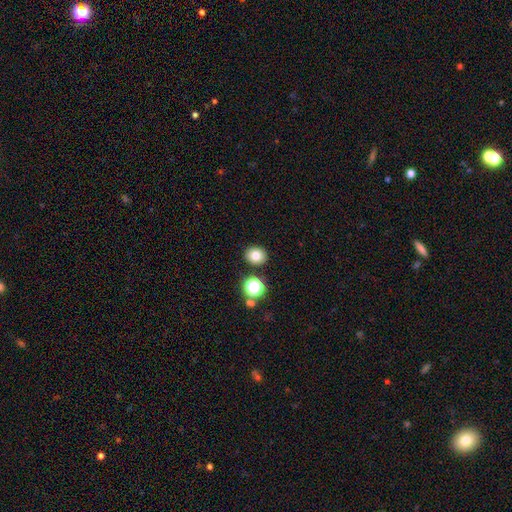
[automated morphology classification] Overall: smooth (78%). How rounded: round (70%). Merging: none (87%).